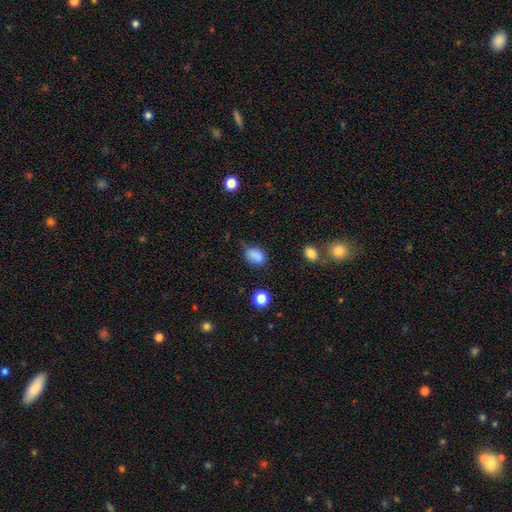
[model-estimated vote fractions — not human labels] A smooth galaxy with no disk features (85%) that is in between round and cigar-shaped (82%). Merging: none (65%).